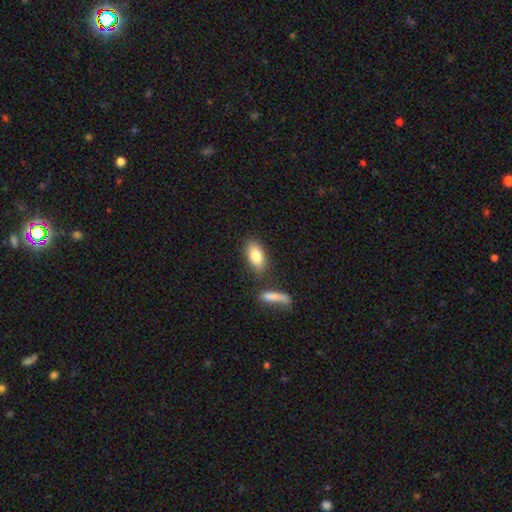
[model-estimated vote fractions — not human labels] The model was most divided on "merging": none: 72%, minor disturbance: 12%, merger: 12%, major disturbance: 4%. More confident: how rounded — in between (86%); smooth or featured — smooth (80%).